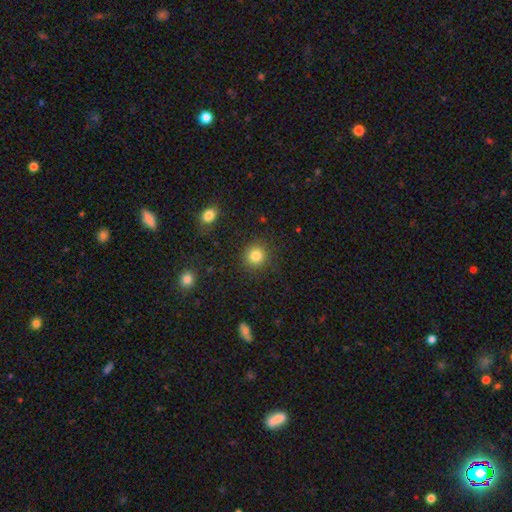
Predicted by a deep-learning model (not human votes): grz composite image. It shows a smooth galaxy with no disk features (84%) that is round (92%). Merging: none (90%).